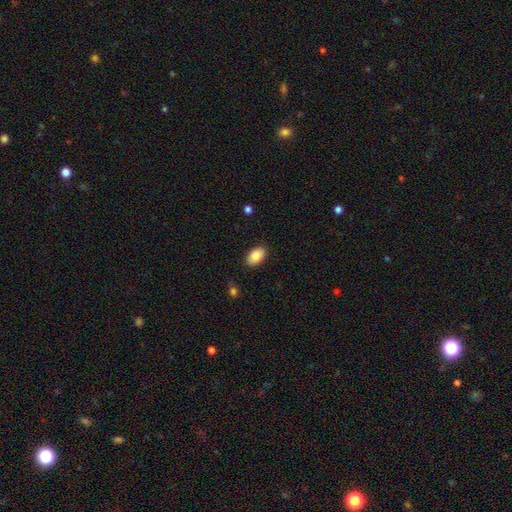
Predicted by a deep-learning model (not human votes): Smooth or featured: smooth — 86% (featured or disk — 7%)
How rounded: in between — 93% (round — 6%)
Merging: none — 87% (minor disturbance — 10%)